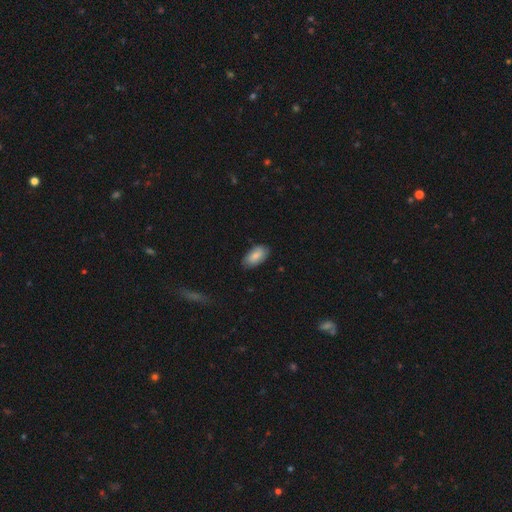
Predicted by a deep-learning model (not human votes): smooth_or_featured: smooth (p=0.83) [alt: featured or disk p=0.11]
how_rounded: in between (p=0.94) [alt: cigar-shaped p=0.03]
merging: none (p=0.77) [alt: minor disturbance p=0.19]